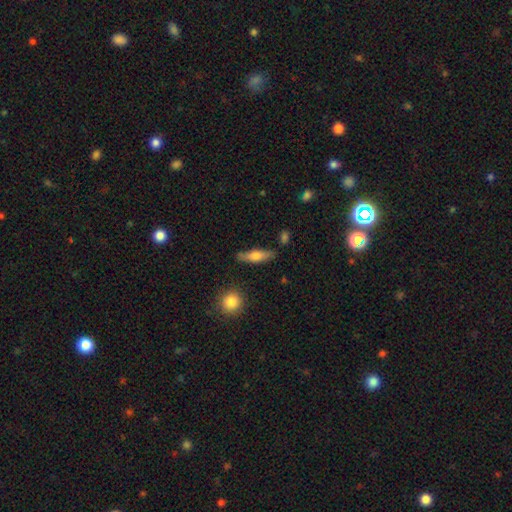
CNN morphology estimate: This is possibly a smooth galaxy (59%). How rounded: likely cigar-shaped (63%). Merging: clearly none (81%).